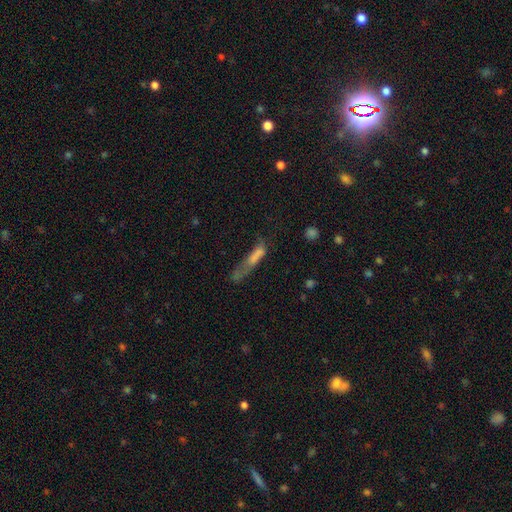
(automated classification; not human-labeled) The model was most divided on "merging": major disturbance: 42%, none: 23%, minor disturbance: 20%, merger: 15%. More confident: how rounded — cigar-shaped (71%); smooth or featured — smooth (63%).